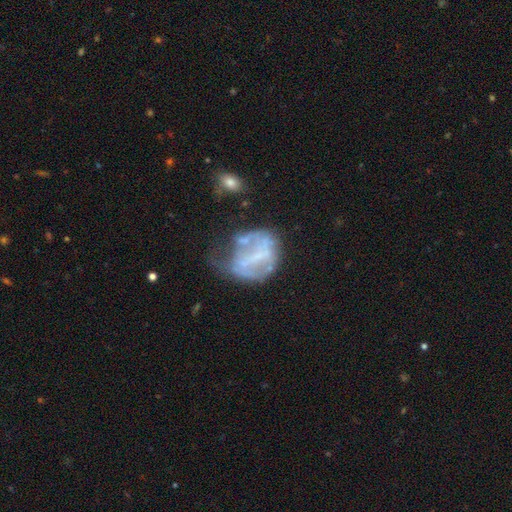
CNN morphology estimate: This is likely a featured or disk galaxy (62%). It is clearly not viewed edge-on (97%). Bar: marginally no (42%). Spiral arm pattern: likely no (74%). Central bulge: possibly none (57%). Merging: marginally major disturbance (33%).